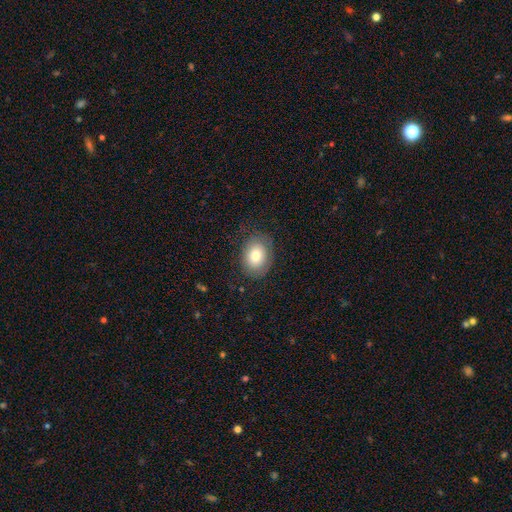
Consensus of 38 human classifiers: This appears to be a smooth galaxy with no disk features (76%) that is in between round and cigar-shaped (59%). Merging: none (91%).